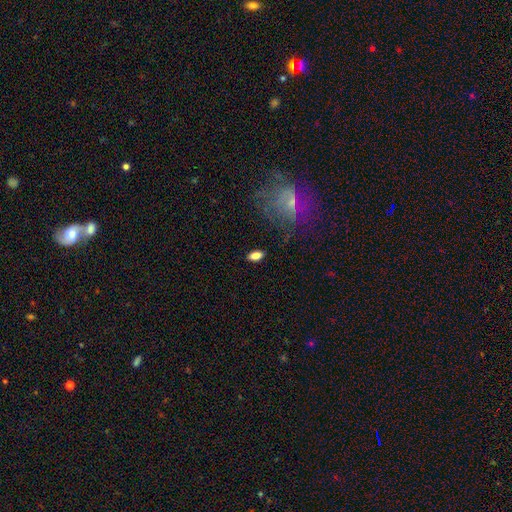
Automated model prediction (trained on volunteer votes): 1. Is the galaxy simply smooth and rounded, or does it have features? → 83% smooth, 9% star or artifact, 9% featured or disk.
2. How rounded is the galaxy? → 88% in between, 7% cigar-shaped, 5% round.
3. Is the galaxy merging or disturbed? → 87% none, 9% minor disturbance, 3% major disturbance, 1% merger.